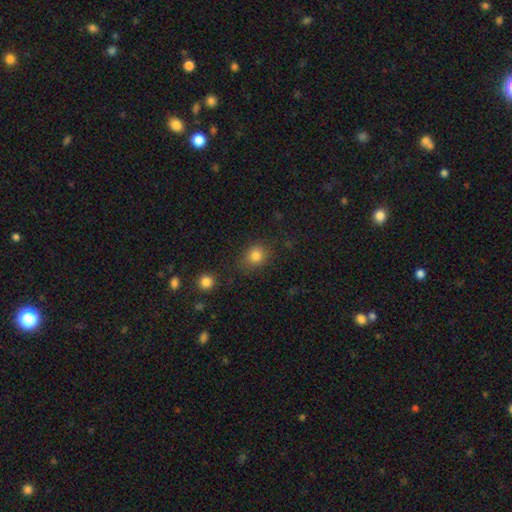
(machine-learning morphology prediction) type=smooth (82%); roundness=round (66%); merging=none (77%).